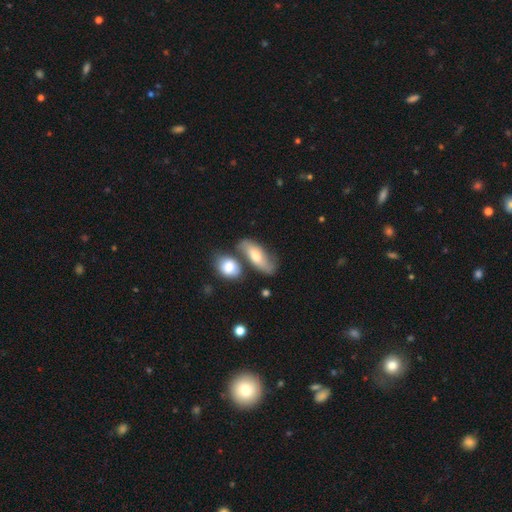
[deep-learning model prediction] Q: Smooth or featured?
A: smooth (63%); runner-up: featured or disk (31%)
Q: How rounded?
A: in between (76%); runner-up: cigar-shaped (19%)
Q: Merging?
A: none (53%); runner-up: merger (26%)